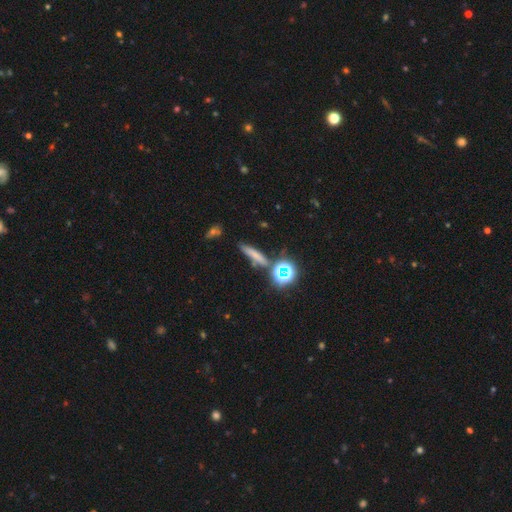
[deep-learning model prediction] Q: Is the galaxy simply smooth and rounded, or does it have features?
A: smooth — 62%.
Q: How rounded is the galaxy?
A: cigar-shaped — 79%.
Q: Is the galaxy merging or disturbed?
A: none — 74%.